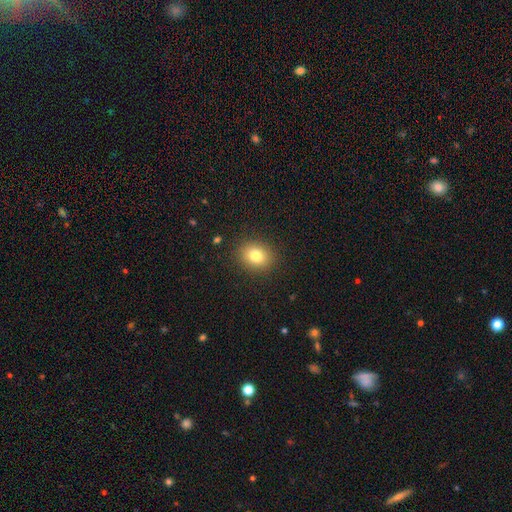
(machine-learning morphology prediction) Q: Smooth or featured?
A: smooth (80%); runner-up: star or artifact (11%)
Q: How rounded?
A: round (53%); runner-up: in between (46%)
Q: Merging?
A: none (89%); runner-up: minor disturbance (8%)